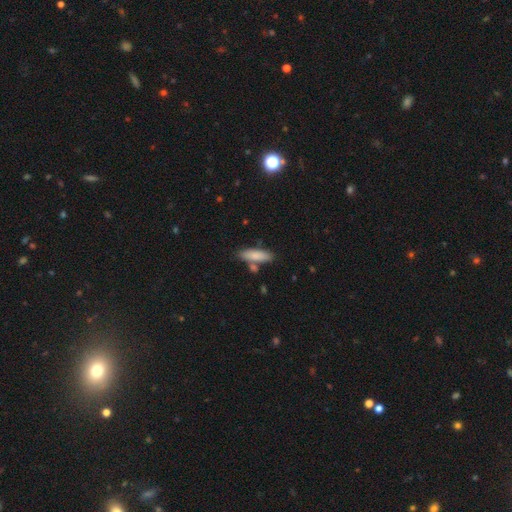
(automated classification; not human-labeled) smooth 83%, featured or disk 11%, star or artifact 6%. Down the decision tree: how rounded — cigar-shaped (52%); merging — none (72%).